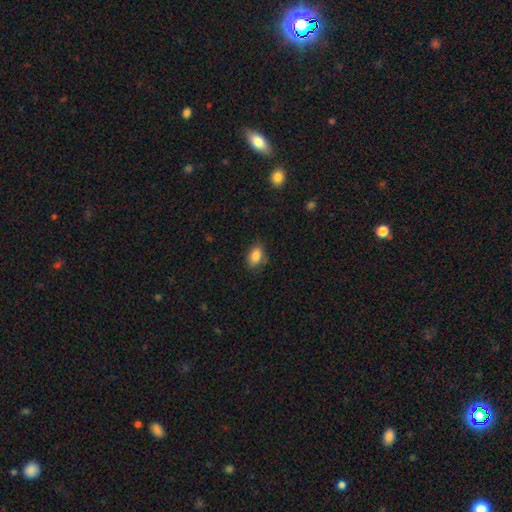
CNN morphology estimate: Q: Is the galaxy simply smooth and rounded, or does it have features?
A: smooth — 85%.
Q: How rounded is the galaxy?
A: in between — 88%.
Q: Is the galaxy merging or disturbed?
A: none — 74%.